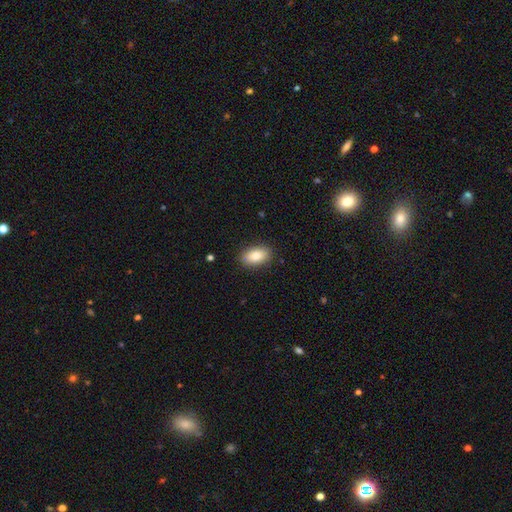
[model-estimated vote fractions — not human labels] Morphology: type=smooth (84%); roundness=in between (90%); merging=none (88%).